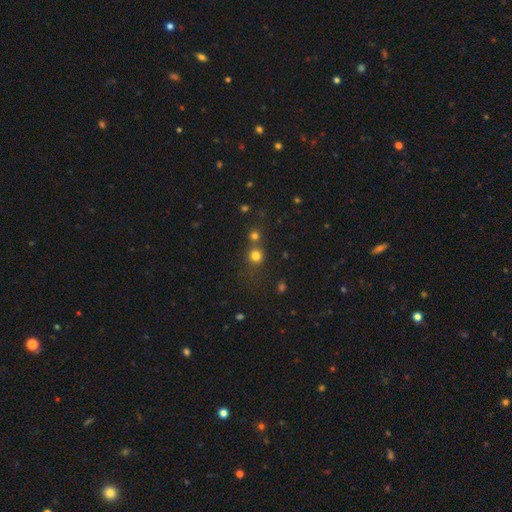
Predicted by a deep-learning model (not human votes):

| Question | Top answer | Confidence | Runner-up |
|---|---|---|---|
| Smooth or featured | smooth | 75% | star or artifact (18%) |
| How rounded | round | 88% | in between (11%) |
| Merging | none | 60% | merger (28%) |